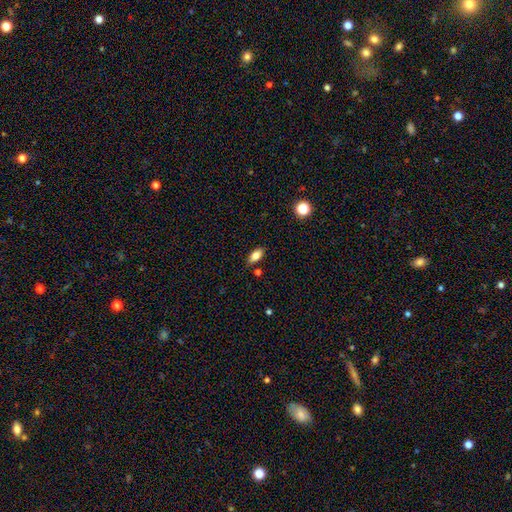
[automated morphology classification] Q: Smooth or featured?
A: smooth (81%); runner-up: featured or disk (11%)
Q: How rounded?
A: in between (89%); runner-up: cigar-shaped (7%)
Q: Merging?
A: none (83%); runner-up: minor disturbance (11%)